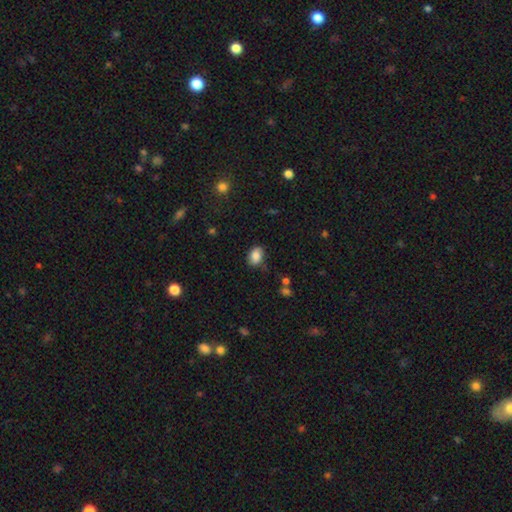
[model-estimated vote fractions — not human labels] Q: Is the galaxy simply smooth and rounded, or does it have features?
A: smooth — 85%.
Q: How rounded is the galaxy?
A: in between — 76%.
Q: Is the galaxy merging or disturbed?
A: none — 78%.